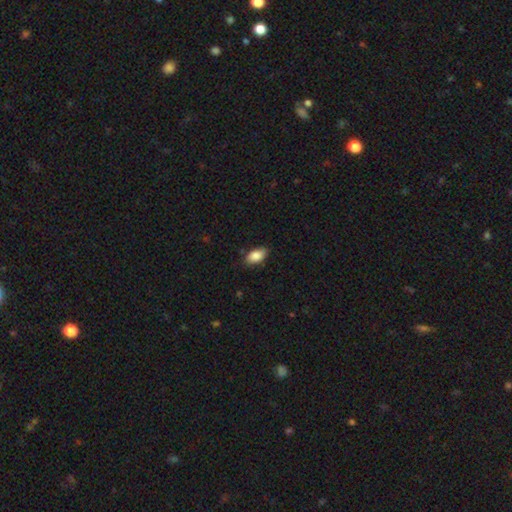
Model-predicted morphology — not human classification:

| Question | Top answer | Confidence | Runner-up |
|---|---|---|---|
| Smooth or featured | smooth | 86% | featured or disk (7%) |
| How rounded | in between | 92% | round (4%) |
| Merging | none | 80% | minor disturbance (16%) |